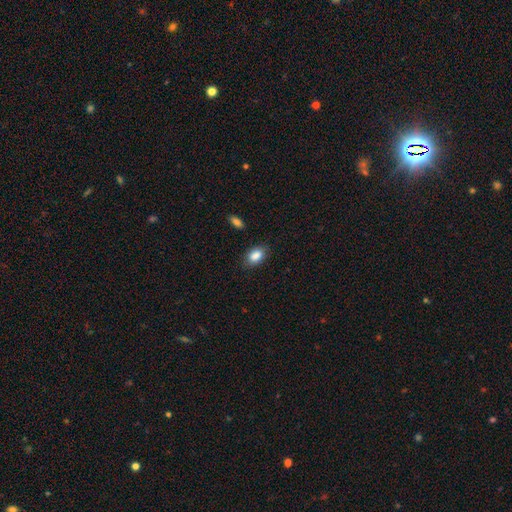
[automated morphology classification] smooth 87%, star or artifact 8%, featured or disk 5%. Down the decision tree: how rounded — in between (86%); merging — none (81%).